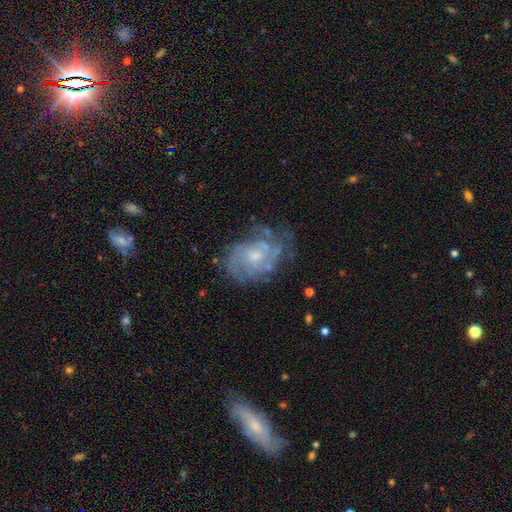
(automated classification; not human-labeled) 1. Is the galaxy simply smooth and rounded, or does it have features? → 75% featured or disk, 17% smooth, 8% star or artifact.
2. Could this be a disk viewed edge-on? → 97% no, 3% yes.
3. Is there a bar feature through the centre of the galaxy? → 78% no, 20% weak, 3% strong.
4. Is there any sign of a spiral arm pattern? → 78% yes, 22% no.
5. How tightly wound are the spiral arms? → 55% tight, 33% medium, 12% loose.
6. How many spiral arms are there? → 52% can't tell, 18% 2, 13% 3, 8% 4, 5% 1, 4% more than 4.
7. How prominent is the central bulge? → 51% small, 41% moderate, 5% none, 3% large, 1% dominant.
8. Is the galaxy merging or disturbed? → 58% none, 24% minor disturbance, 15% major disturbance, 3% merger.